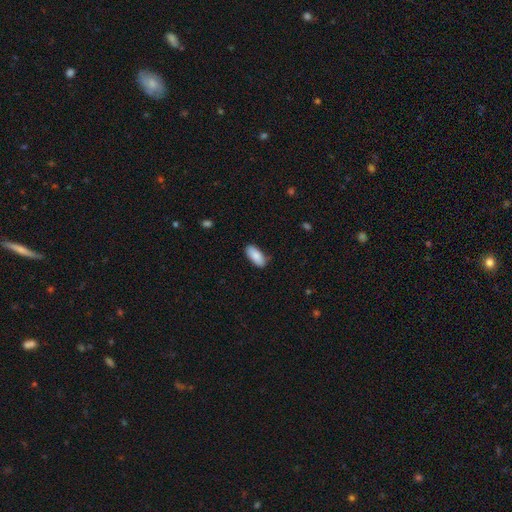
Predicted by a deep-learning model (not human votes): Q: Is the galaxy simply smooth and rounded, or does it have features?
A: smooth — 89%.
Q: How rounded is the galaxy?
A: in between — 88%.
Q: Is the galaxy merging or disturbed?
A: none — 85%.